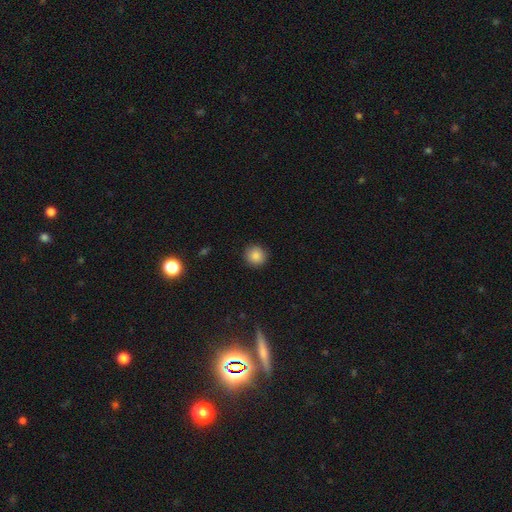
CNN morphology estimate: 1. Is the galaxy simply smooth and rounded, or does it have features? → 85% smooth, 10% star or artifact, 4% featured or disk.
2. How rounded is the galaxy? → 92% round, 7% in between, 1% cigar-shaped.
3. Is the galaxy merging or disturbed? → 91% none, 6% minor disturbance, 2% major disturbance, 1% merger.